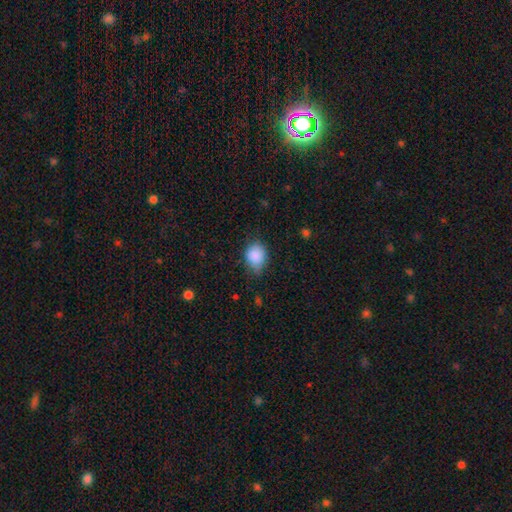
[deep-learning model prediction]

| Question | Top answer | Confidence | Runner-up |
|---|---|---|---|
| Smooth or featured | smooth | 87% | star or artifact (8%) |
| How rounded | in between | 50% | round (49%) |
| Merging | none | 62% | minor disturbance (31%) |